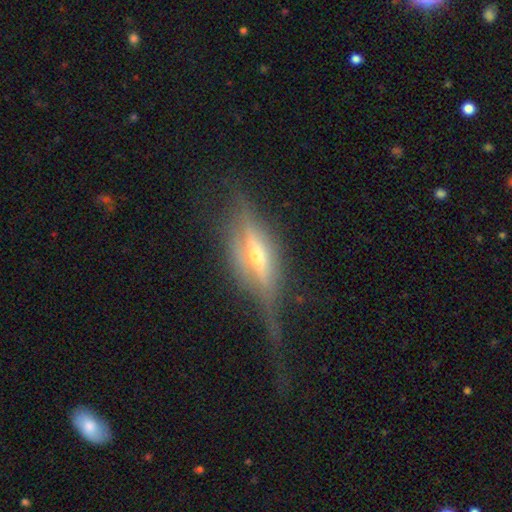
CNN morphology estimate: Smooth or featured? featured or disk (76%)
Edge-on disk? yes (91%)
Edge-on bulge? rounded (84%)
Merging? none (56%)